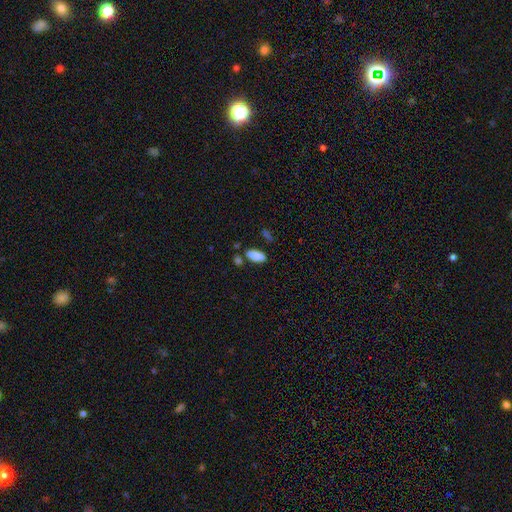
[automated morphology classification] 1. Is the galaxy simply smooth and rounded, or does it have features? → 88% smooth, 7% star or artifact, 4% featured or disk.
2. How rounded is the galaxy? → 81% in between, 17% cigar-shaped, 2% round.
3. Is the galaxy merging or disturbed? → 74% none, 12% minor disturbance, 10% merger, 3% major disturbance.